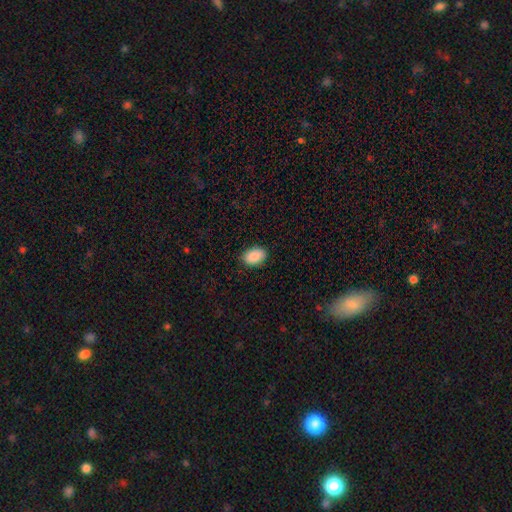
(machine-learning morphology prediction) Smooth or featured? smooth (90%)
How rounded? in between (89%)
Merging? none (88%)